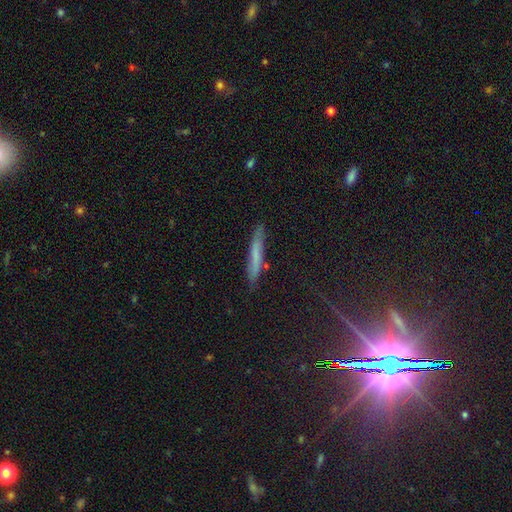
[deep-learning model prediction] This appears to be a smooth galaxy with no disk features (59%) that is cigar-shaped (95%). Merging: none (84%).